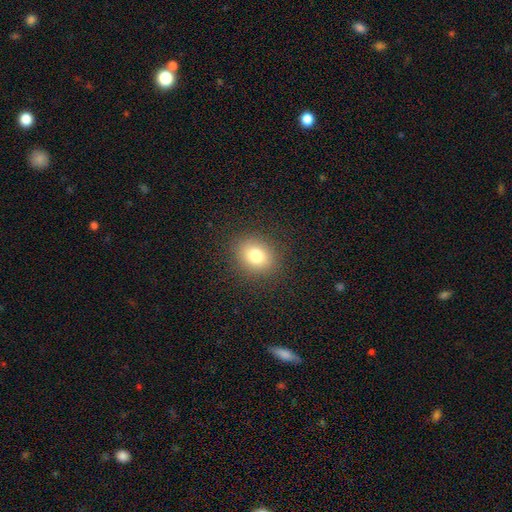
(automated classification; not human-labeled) smooth-or-featured: smooth: 79% | star or artifact: 12% | featured or disk: 9%
  how-rounded: round: 65% | in between: 34% | cigar-shaped: 1%
  merging: none: 88% | minor disturbance: 8% | major disturbance: 3% | merger: 1%